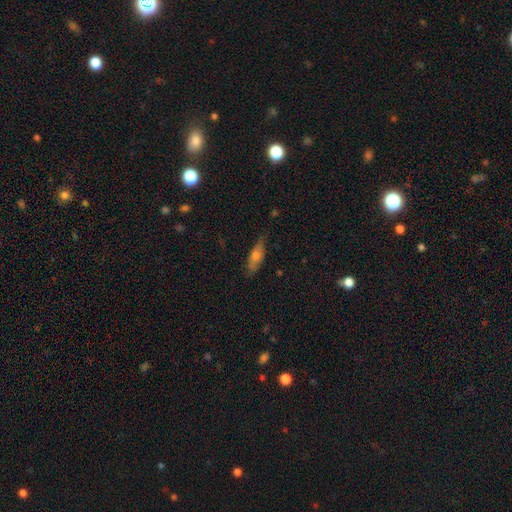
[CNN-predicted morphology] type=smooth (53%); roundness=cigar-shaped (51%); merging=none (75%).